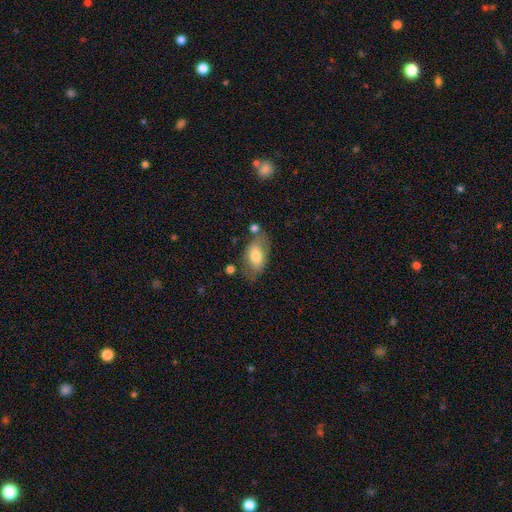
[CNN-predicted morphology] Overall: smooth (71%). How rounded: in between (92%). Merging: none (62%).